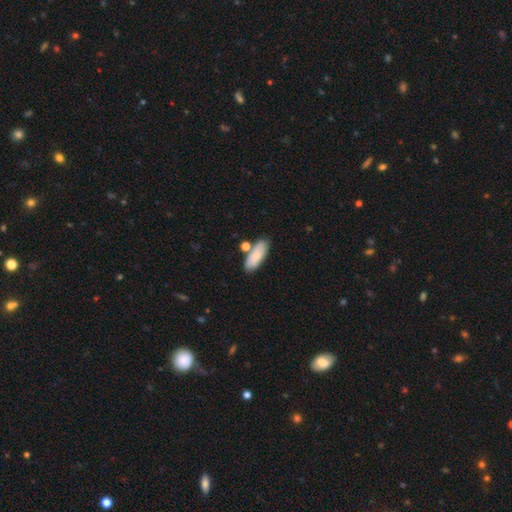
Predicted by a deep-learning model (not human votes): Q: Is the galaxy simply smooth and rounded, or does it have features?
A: smooth — 77%.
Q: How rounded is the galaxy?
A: in between — 75%.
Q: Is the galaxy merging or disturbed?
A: none — 70%.